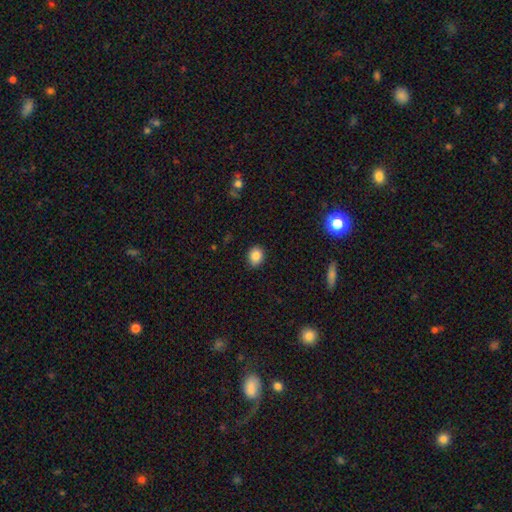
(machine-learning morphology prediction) Smooth or featured? smooth (86%)
How rounded? round (59%)
Merging? none (87%)